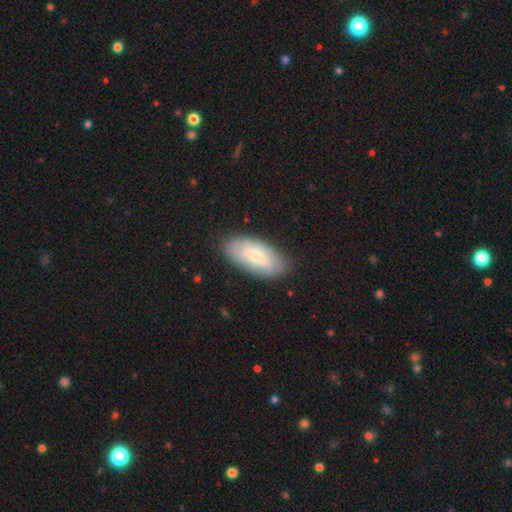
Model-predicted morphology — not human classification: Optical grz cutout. It shows a smooth galaxy with no disk features (51%) that is in between round and cigar-shaped (90%). Merging: none (80%).